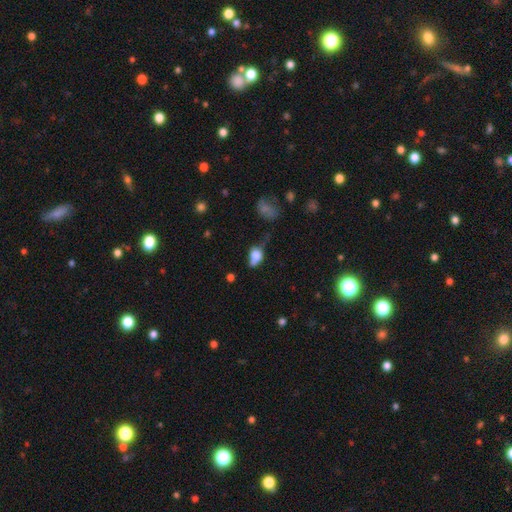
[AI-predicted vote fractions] A smooth galaxy with no disk features (67%) that is in between round and cigar-shaped (67%).

Vote fractions:
- Smooth or featured? smooth: 67% / featured or disk: 21% / star or artifact: 11%
- How rounded? in between: 67% / round: 28% / cigar-shaped: 5%
- Merging? none: 33% / minor disturbance: 31% / major disturbance: 24% / merger: 11%